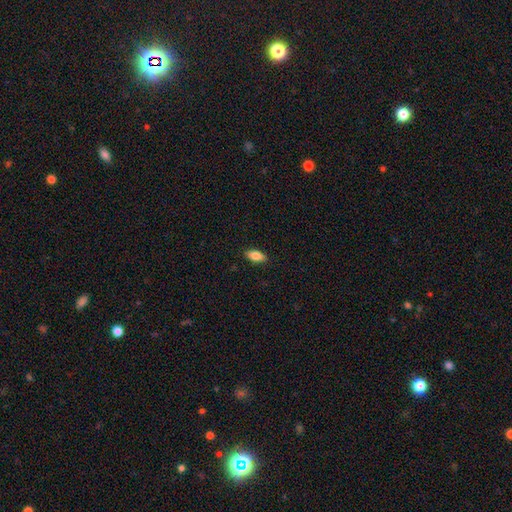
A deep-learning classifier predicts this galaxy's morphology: Q: Smooth or featured?
A: smooth (79%); runner-up: featured or disk (14%)
Q: How rounded?
A: in between (86%); runner-up: cigar-shaped (10%)
Q: Merging?
A: none (89%); runner-up: minor disturbance (8%)